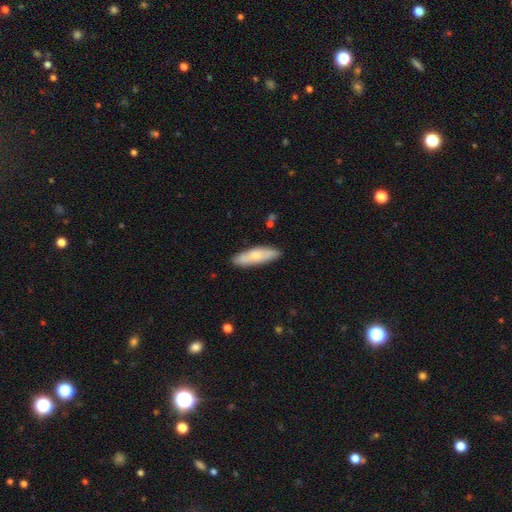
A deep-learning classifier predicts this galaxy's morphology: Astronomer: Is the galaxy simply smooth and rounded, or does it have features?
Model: smooth — 65%.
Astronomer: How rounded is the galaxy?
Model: cigar-shaped — 62%.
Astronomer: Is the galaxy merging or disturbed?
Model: none — 85%.